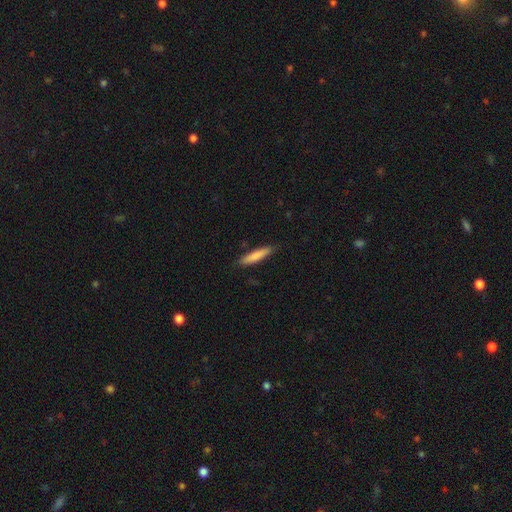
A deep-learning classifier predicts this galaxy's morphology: Overall: smooth (79%). How rounded: cigar-shaped (86%). Merging: none (85%).